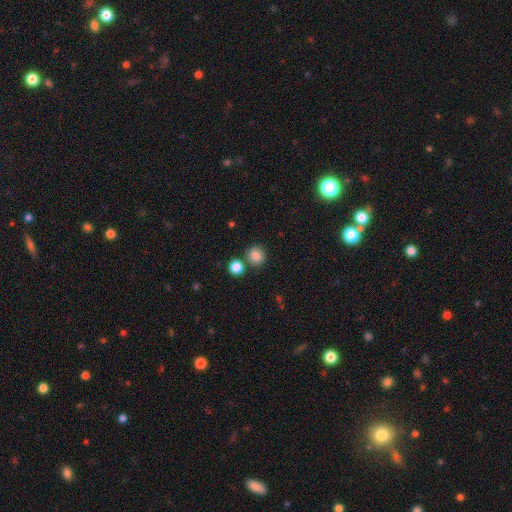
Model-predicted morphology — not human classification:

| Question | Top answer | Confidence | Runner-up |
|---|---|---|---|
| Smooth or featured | smooth | 84% | star or artifact (10%) |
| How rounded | round | 85% | in between (14%) |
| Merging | none | 76% | merger (12%) |